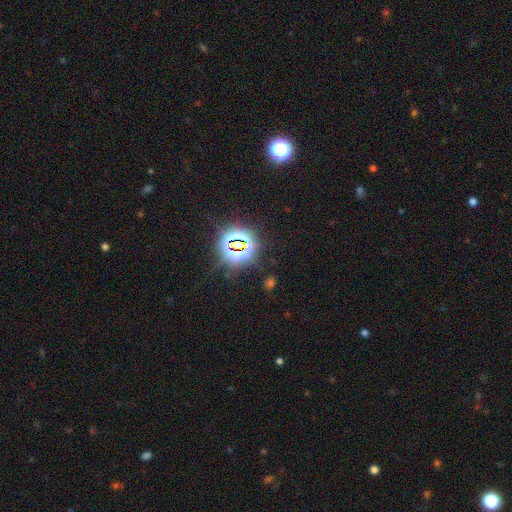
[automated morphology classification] smooth_or_featured: star or artifact (p=0.82) [alt: smooth p=0.11]